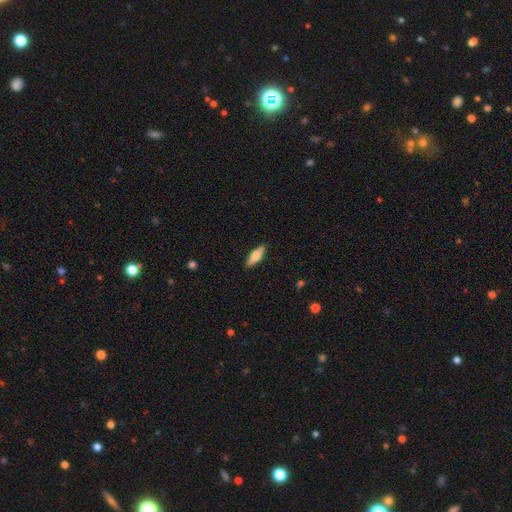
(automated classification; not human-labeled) Q: Smooth or featured?
A: smooth (49%); runner-up: featured or disk (45%)
Q: Merging?
A: none (89%); runner-up: minor disturbance (8%)